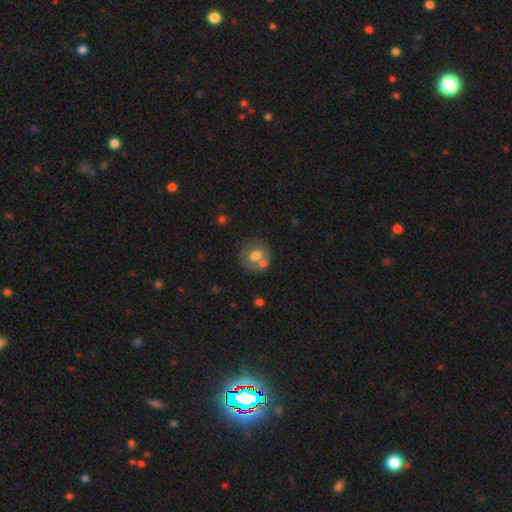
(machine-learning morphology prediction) This is likely a smooth galaxy (62%). How rounded: likely round (76%). Merging: possibly none (51%).